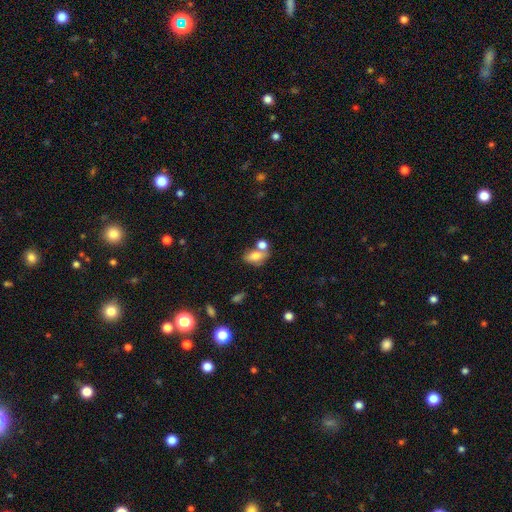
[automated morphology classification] Smooth or featured? Predicted: smooth (p=0.73). How rounded? Predicted: in between (p=0.83). Merging? Predicted: none (p=0.40).